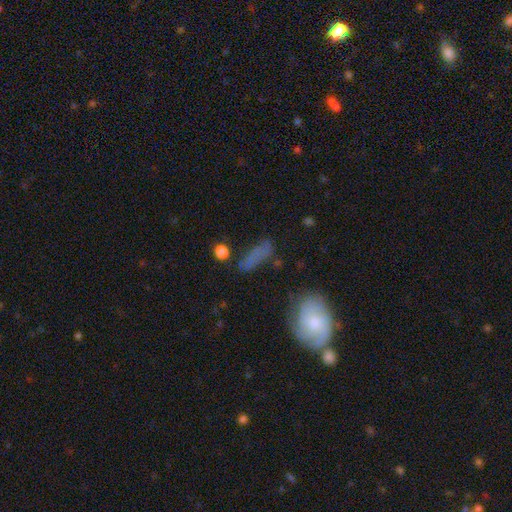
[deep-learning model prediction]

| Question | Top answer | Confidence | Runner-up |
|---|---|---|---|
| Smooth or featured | smooth | 63% | featured or disk (23%) |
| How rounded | cigar-shaped | 46% | tied: in between (46%) |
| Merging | none | 62% | minor disturbance (20%) |